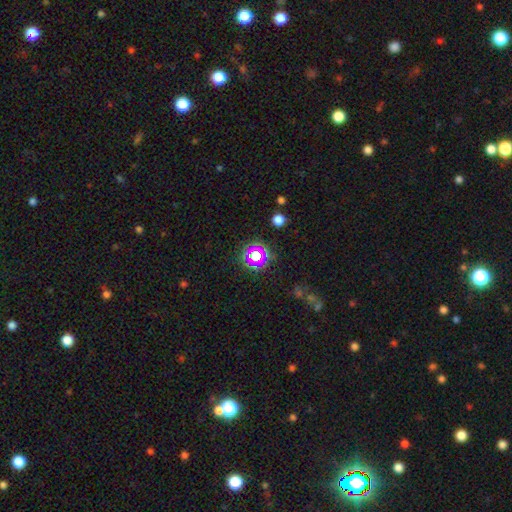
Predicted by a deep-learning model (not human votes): Smooth or featured? Predicted: star or artifact (p=0.62).